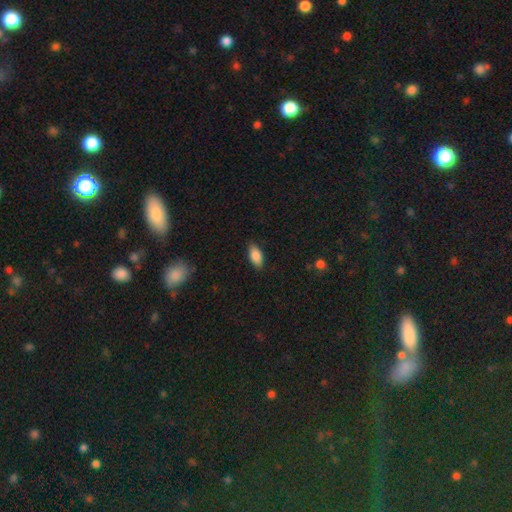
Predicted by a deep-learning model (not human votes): This is clearly a smooth galaxy (86%). How rounded: clearly in between (90%). Merging: clearly none (84%).